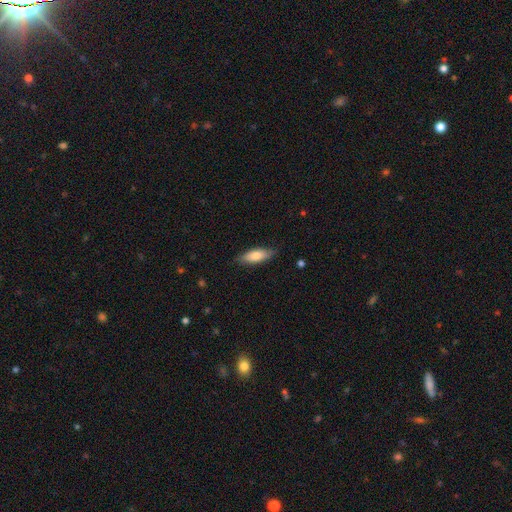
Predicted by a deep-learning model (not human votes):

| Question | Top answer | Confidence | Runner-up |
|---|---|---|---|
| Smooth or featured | smooth | 78% | featured or disk (16%) |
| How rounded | in between | 65% | cigar-shaped (33%) |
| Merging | none | 81% | minor disturbance (15%) |